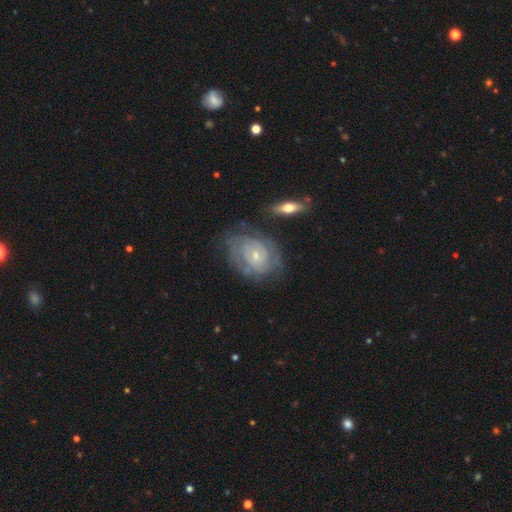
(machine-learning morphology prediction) Overall: featured or disk (78%). Edge-on disk: no (96%). Bar: no (66%; weak 30%). Spiral arms: yes (87%). Spiral arm count: can't tell (49%; 2 24%). Spiral winding: tight (70%). Bulge size: small (67%; moderate 28%). Merging: none (65%).